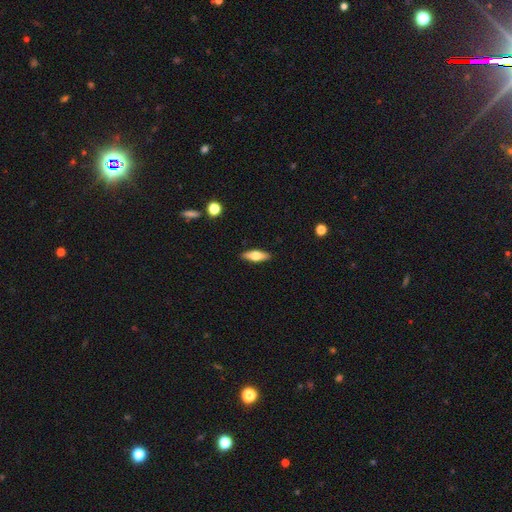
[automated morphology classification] This appears to be a smooth galaxy with no disk features (54%) that is in between round and cigar-shaped (52%). Merging: none (90%).